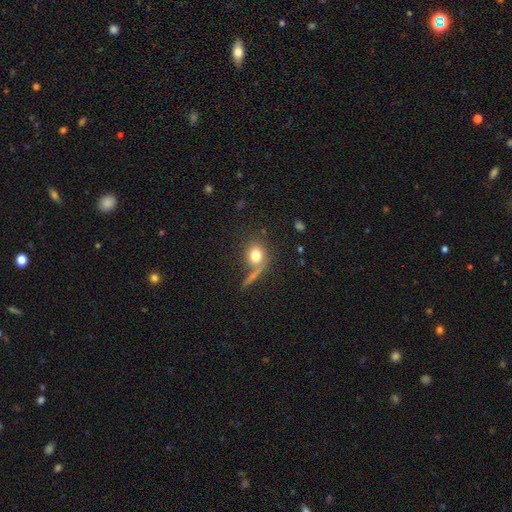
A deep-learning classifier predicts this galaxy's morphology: A smooth galaxy with no disk features (76%) that is round (68%).

Vote fractions:
- Smooth or featured? smooth: 76% / featured or disk: 14% / star or artifact: 10%
- How rounded? round: 68% / in between: 29% / cigar-shaped: 3%
- Merging? none: 58% / merger: 20% / minor disturbance: 13% / major disturbance: 9%